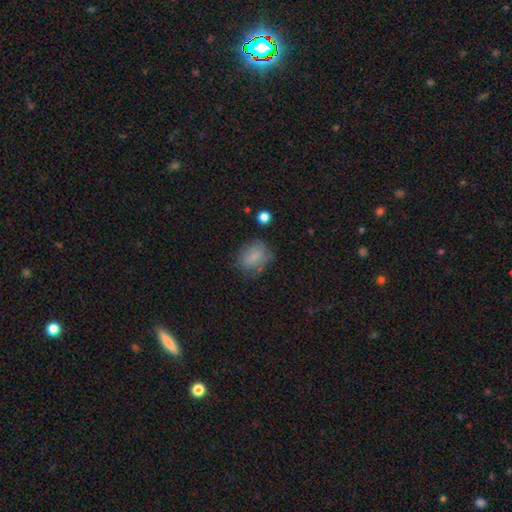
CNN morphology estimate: Smooth or featured? Predicted: smooth (p=0.75). How rounded? Predicted: in between (p=0.58). Merging? Predicted: none (p=0.63).